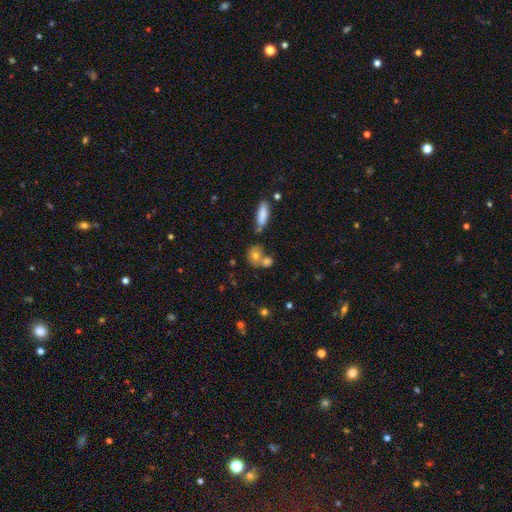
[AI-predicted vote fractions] This is likely a smooth galaxy (70%). How rounded: possibly round (58%). Merging: marginally none (43%).